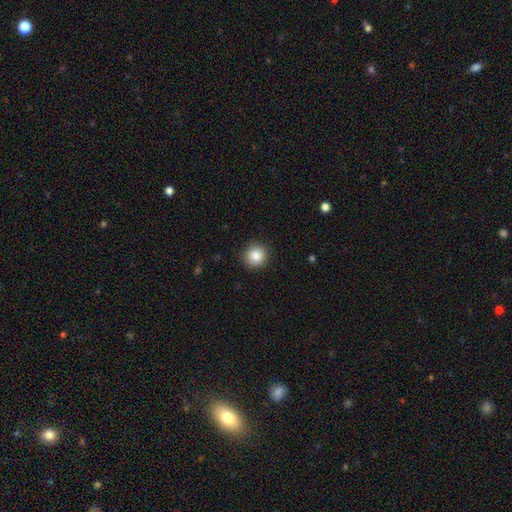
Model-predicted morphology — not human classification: Smooth or featured: smooth — 85% (star or artifact — 9%)
How rounded: round — 94% (in between — 5%)
Merging: none — 91% (minor disturbance — 6%)